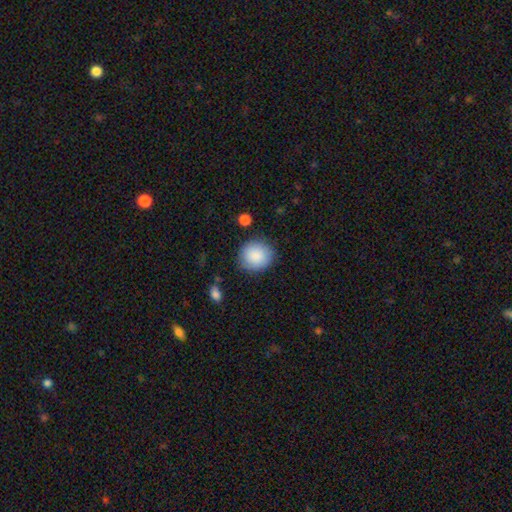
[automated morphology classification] The model was most divided on "how rounded": round: 82%, in between: 17%, cigar-shaped: 1%. More confident: smooth or featured — smooth (88%); merging — none (84%).